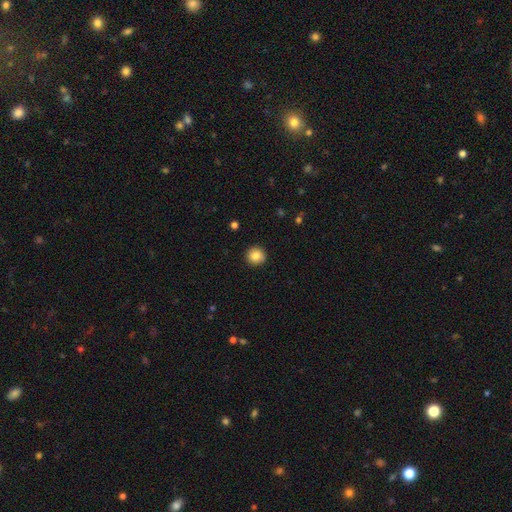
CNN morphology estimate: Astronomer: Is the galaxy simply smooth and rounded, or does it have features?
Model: smooth — 85%.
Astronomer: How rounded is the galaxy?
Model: round — 93%.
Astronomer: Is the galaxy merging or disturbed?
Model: none — 91%.